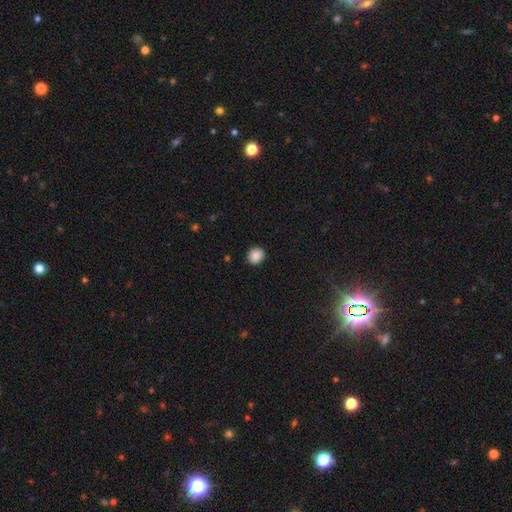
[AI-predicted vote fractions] A smooth galaxy with no disk features (89%) that is round (81%).

Vote fractions:
- Smooth or featured? smooth: 89% / star or artifact: 9% / featured or disk: 3%
- How rounded? round: 81% / in between: 18% / cigar-shaped: 1%
- Merging? none: 90% / minor disturbance: 7% / major disturbance: 2% / merger: 1%